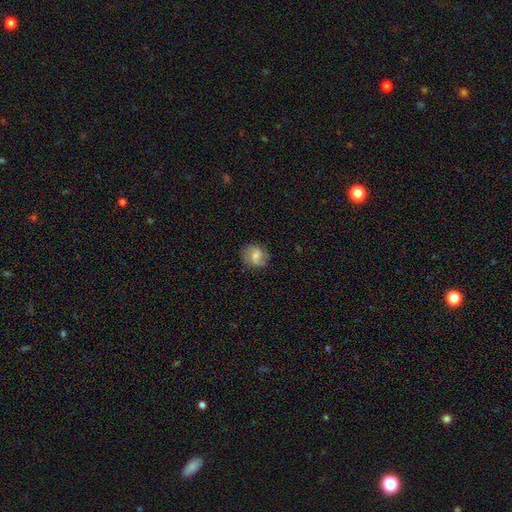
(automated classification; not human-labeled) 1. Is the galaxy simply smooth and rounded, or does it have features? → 47% smooth, 45% featured or disk, 8% star or artifact.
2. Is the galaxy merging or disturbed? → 77% none, 16% minor disturbance, 5% major disturbance, 1% merger.